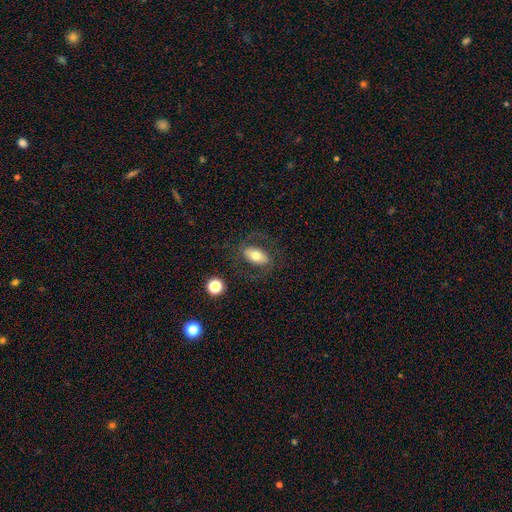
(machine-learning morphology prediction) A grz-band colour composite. It shows a smooth galaxy with no disk features (58%) that is in between round and cigar-shaped (89%). Merging: none (73%).